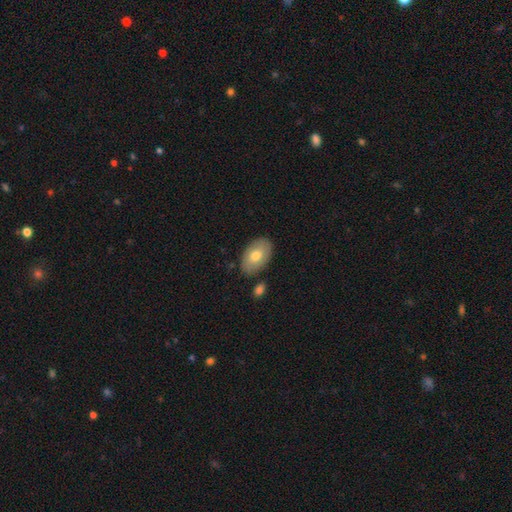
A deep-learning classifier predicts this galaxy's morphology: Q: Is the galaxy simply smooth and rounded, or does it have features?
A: smooth — 71%.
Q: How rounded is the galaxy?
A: in between — 91%.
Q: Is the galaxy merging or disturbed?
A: none — 81%.